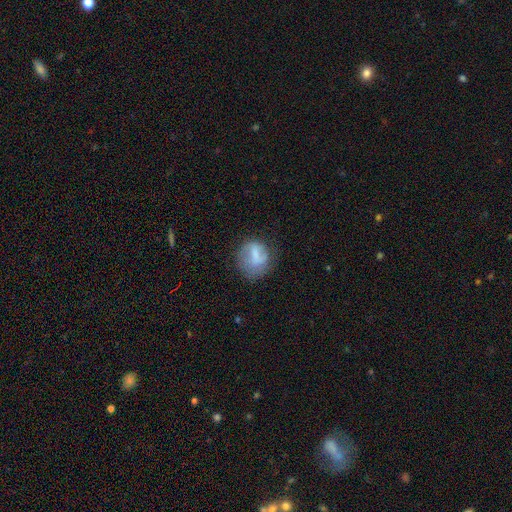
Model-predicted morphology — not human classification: Smooth or featured? Predicted: smooth (p=0.58). How rounded? Predicted: round (p=0.70). Merging? Predicted: none (p=0.53).